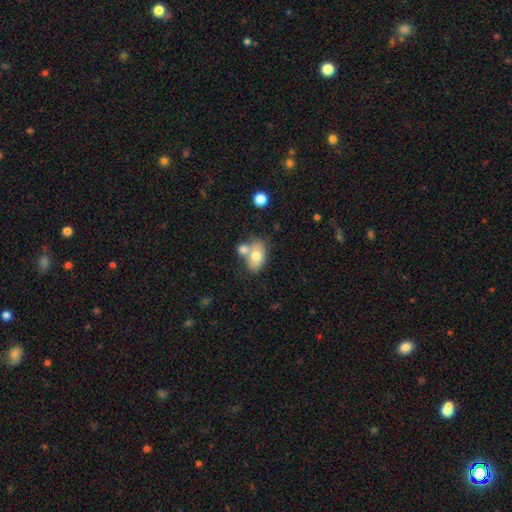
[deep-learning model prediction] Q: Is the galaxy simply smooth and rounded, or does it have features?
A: smooth — 72%.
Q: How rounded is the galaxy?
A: in between — 85%.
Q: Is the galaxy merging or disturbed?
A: merger — 42%.